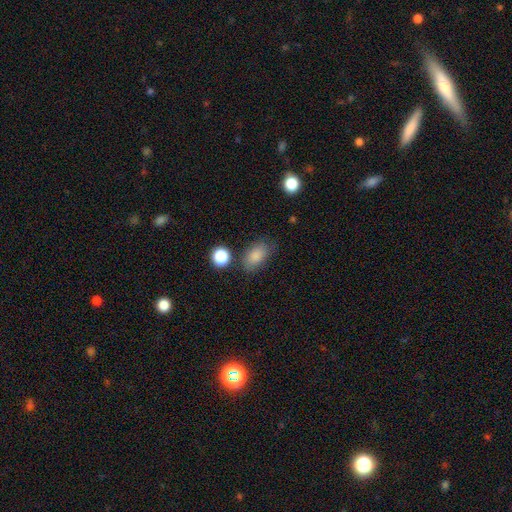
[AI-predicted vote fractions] Morphology: type=smooth (84%); roundness=in between (88%); merging=none (71%).